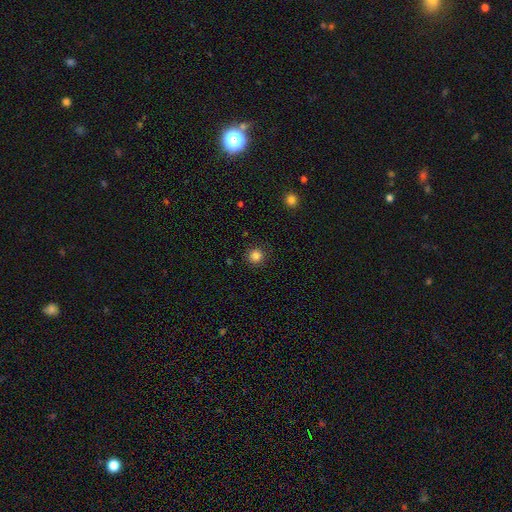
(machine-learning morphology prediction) The model was most divided on "smooth or featured": smooth: 84%, star or artifact: 12%, featured or disk: 3%. More confident: how rounded — round (94%); merging — none (90%).